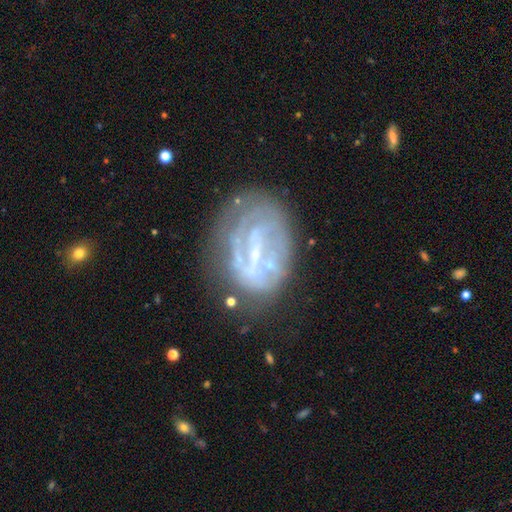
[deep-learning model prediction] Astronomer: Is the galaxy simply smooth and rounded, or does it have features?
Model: featured or disk — 75%.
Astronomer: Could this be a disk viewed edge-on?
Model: no — 96%.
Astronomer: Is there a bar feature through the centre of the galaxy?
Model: weak — 39% (runner-up: strong, 32%).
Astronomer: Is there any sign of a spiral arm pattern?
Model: yes — 60% (runner-up: no, 40%).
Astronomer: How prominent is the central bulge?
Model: small — 73%.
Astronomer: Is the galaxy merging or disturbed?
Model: none — 57%.